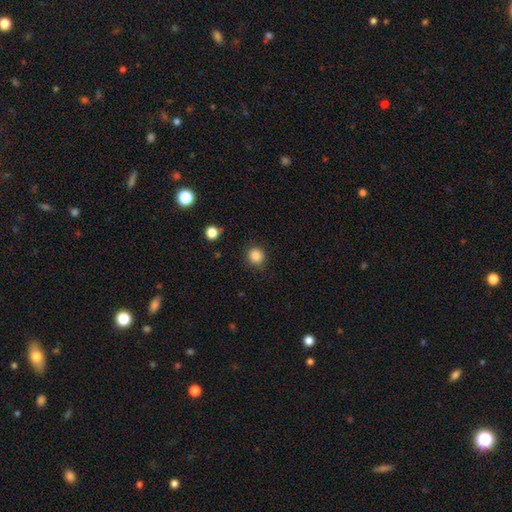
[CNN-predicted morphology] The model was most divided on "smooth or featured": smooth: 86%, star or artifact: 11%, featured or disk: 3%. More confident: how rounded — round (91%); merging — none (88%).